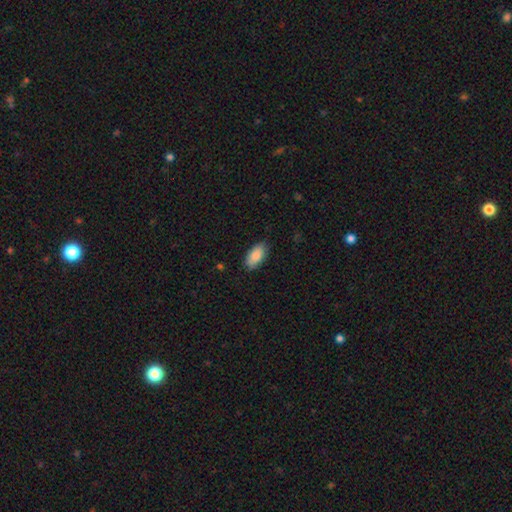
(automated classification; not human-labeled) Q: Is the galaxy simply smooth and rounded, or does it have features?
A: smooth — 85%.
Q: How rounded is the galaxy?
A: in between — 93%.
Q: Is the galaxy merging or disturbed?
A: none — 82%.